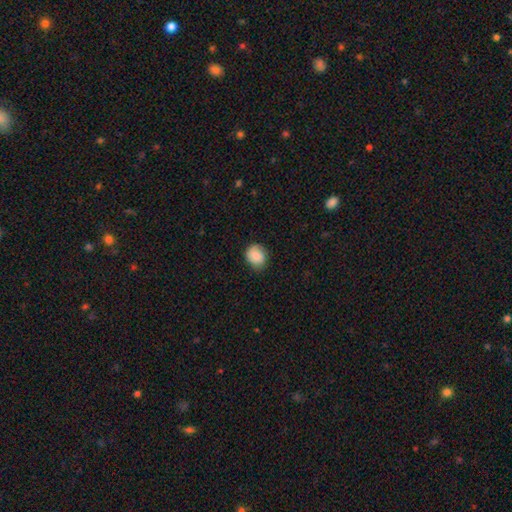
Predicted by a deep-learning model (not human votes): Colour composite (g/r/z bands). It shows a smooth galaxy with no disk features (86%) that is round (63%). Merging: none (77%).